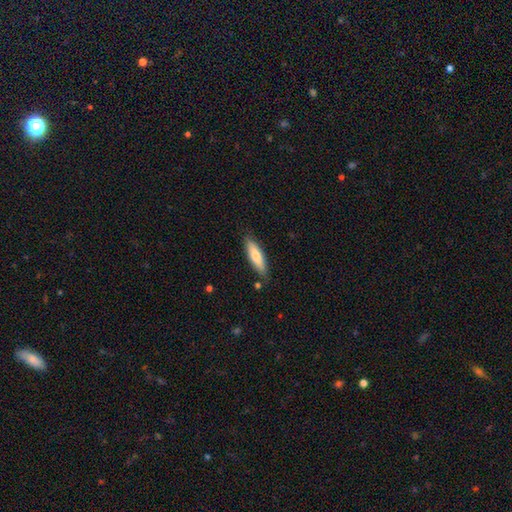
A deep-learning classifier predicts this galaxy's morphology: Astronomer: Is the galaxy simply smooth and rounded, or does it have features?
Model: smooth — 69%.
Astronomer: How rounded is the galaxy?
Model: cigar-shaped — 61% (runner-up: in between, 38%).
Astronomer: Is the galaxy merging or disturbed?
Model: none — 83%.